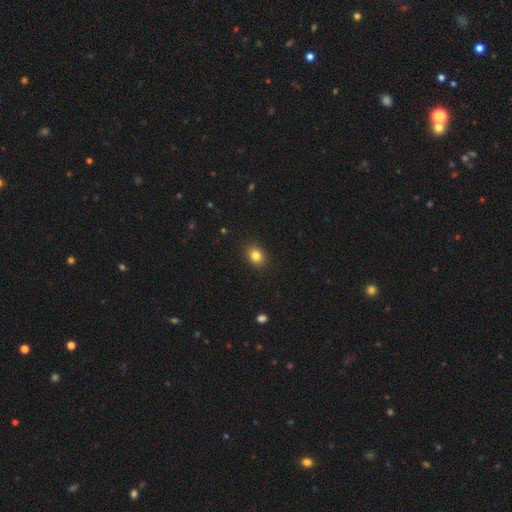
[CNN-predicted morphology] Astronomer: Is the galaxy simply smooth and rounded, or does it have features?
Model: smooth — 83%.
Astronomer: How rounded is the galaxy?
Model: in between — 52% (runner-up: round, 47%).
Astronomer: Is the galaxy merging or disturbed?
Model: none — 90%.